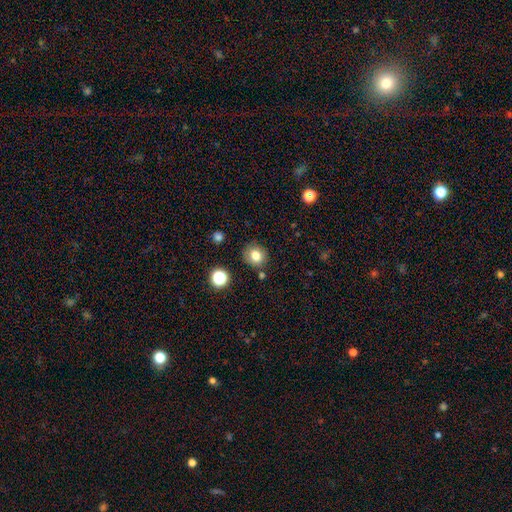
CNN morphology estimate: A smooth galaxy with no disk features (79%) that is round (83%). Merging: none (83%).